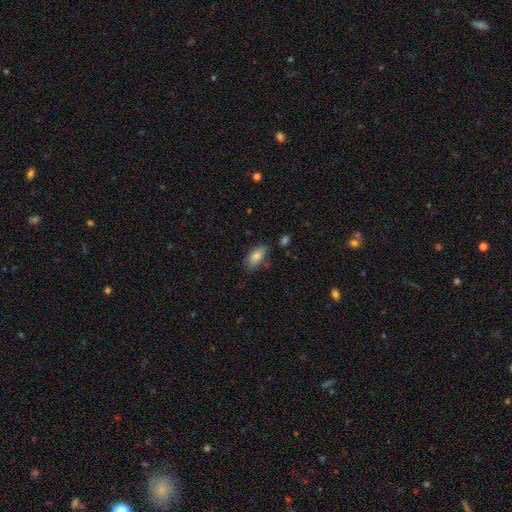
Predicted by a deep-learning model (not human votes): Q: Smooth or featured?
A: smooth (79%); runner-up: featured or disk (13%)
Q: How rounded?
A: in between (89%); runner-up: cigar-shaped (7%)
Q: Merging?
A: none (66%); runner-up: minor disturbance (24%)